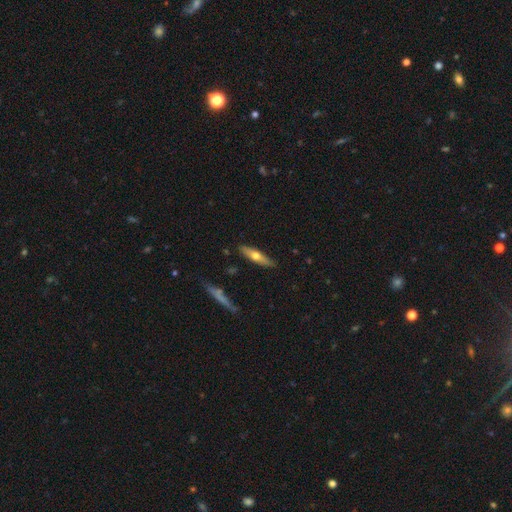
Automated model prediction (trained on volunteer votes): Smooth or featured? Predicted: smooth (p=0.47, tied with featured or disk). Merging? Predicted: none (p=0.86).